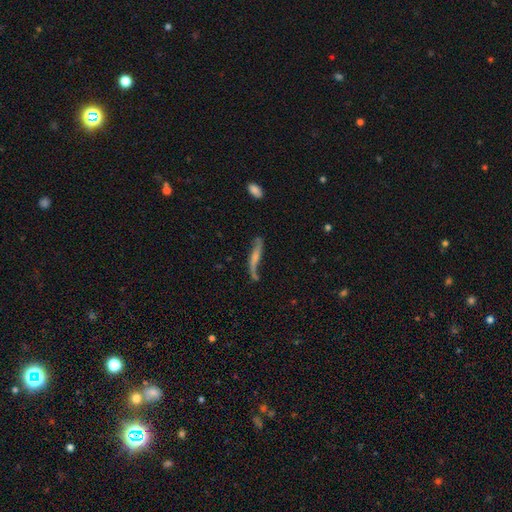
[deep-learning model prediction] This appears to be a featured or disk galaxy (48%). Merging: none (69%).